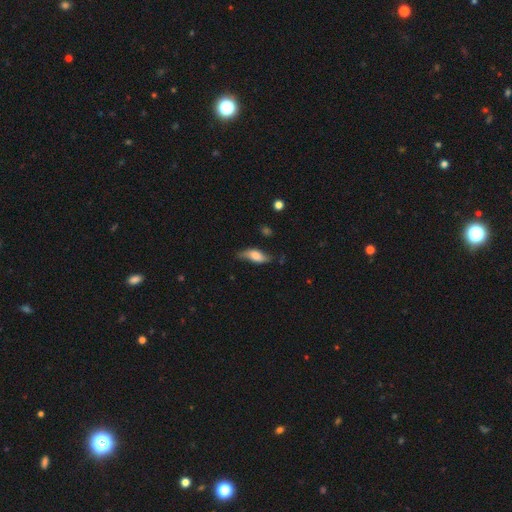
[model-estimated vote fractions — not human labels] Smooth or featured? Predicted: smooth (p=0.53). How rounded? Predicted: in between (p=0.71). Merging? Predicted: none (p=0.62).